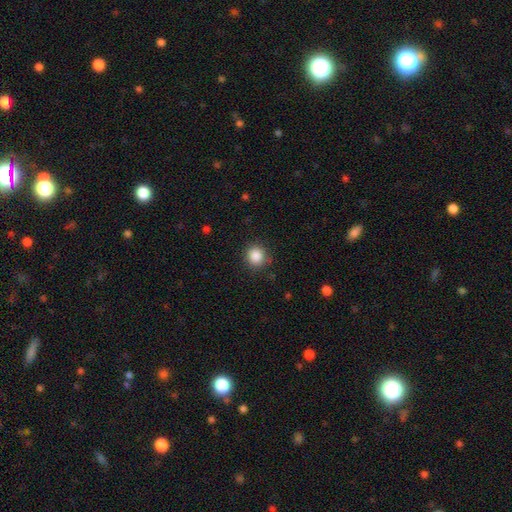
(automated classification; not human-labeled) A smooth galaxy with no disk features (87%) that is round (89%).

Vote fractions:
- Smooth or featured? smooth: 87% / star or artifact: 10% / featured or disk: 4%
- How rounded? round: 89% / in between: 10% / cigar-shaped: 1%
- Merging? none: 87% / minor disturbance: 9% / major disturbance: 3% / merger: 1%